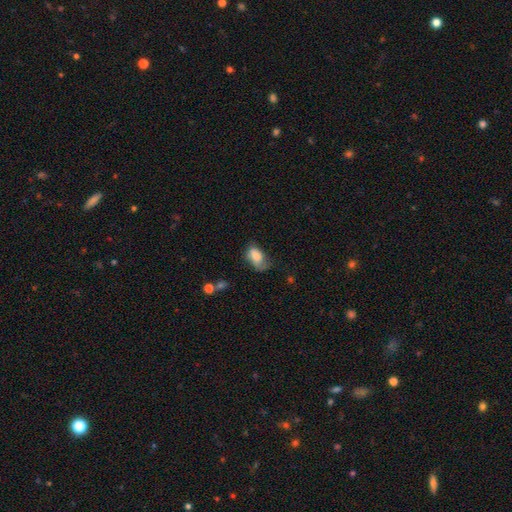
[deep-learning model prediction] The model was most divided on "merging": none: 39%, minor disturbance: 38%, major disturbance: 19%, merger: 3%. More confident: how rounded — in between (90%); smooth or featured — smooth (79%).